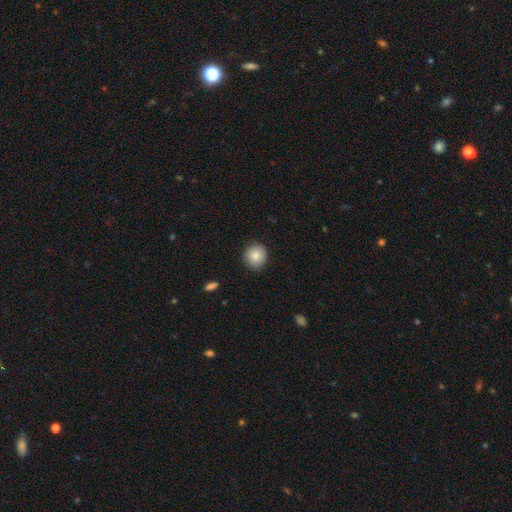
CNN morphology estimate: Smooth or featured: smooth — 84% (star or artifact — 9%)
How rounded: round — 91% (in between — 8%)
Merging: none — 89% (minor disturbance — 8%)